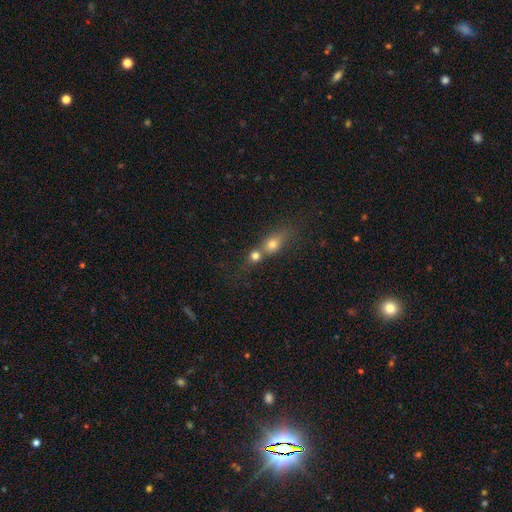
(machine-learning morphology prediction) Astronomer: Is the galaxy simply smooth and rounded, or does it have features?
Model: smooth — 69%.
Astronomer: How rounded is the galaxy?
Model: round — 57% (runner-up: in between, 34%).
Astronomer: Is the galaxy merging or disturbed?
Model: merger — 61%.